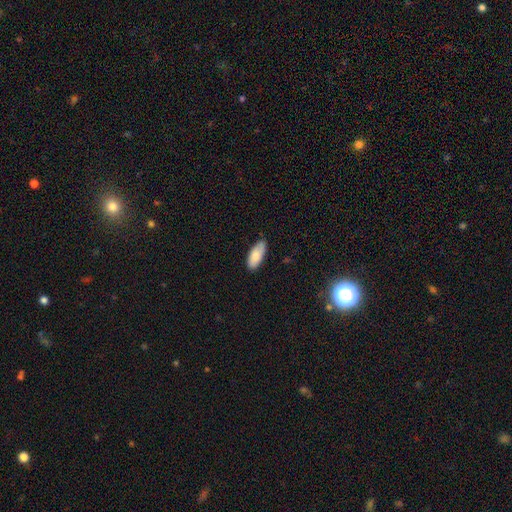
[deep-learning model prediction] Morphology: type=smooth (84%); roundness=in between (85%); merging=none (81%).